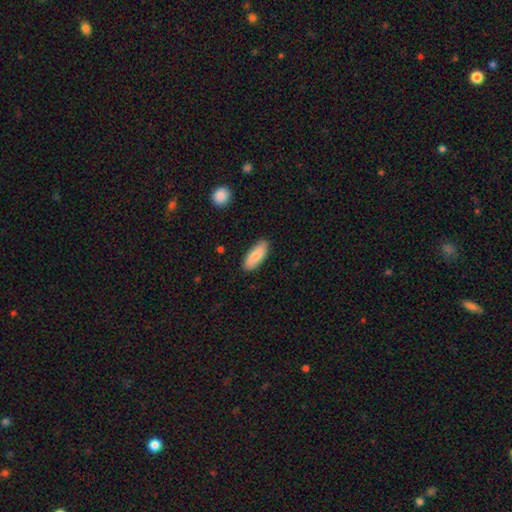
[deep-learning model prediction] Smooth or featured? smooth (80%)
How rounded? in between (73%)
Merging? none (87%)